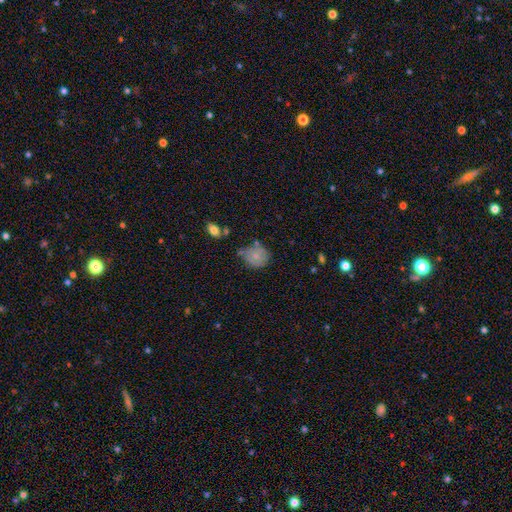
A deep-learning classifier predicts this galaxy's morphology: Smooth or featured? smooth (70%)
How rounded? round (66%)
Merging? none (50%)